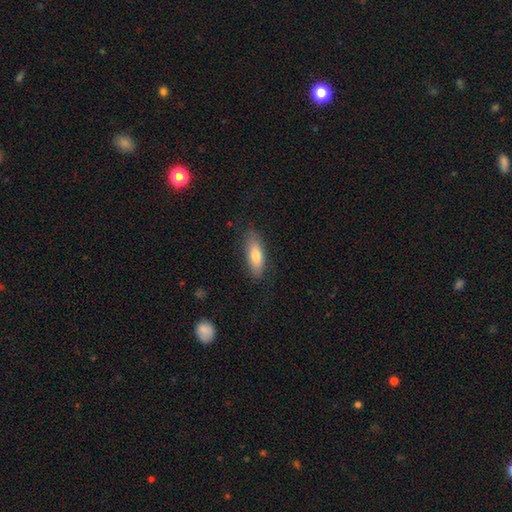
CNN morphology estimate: This appears to be a smooth galaxy with no disk features (77%) that is in between round and cigar-shaped (61%). Merging: none (82%).